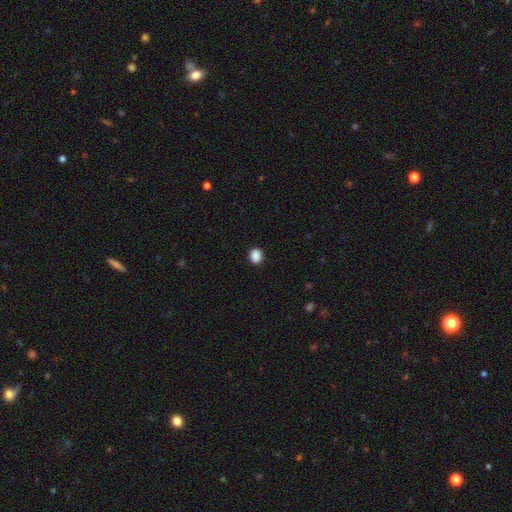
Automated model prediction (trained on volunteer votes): A smooth galaxy with no disk features (88%) that is round (62%).

Vote fractions:
- Smooth or featured? smooth: 88% / star or artifact: 9% / featured or disk: 3%
- How rounded? round: 62% / in between: 37% / cigar-shaped: 1%
- Merging? none: 89% / minor disturbance: 8% / major disturbance: 2% / merger: 1%